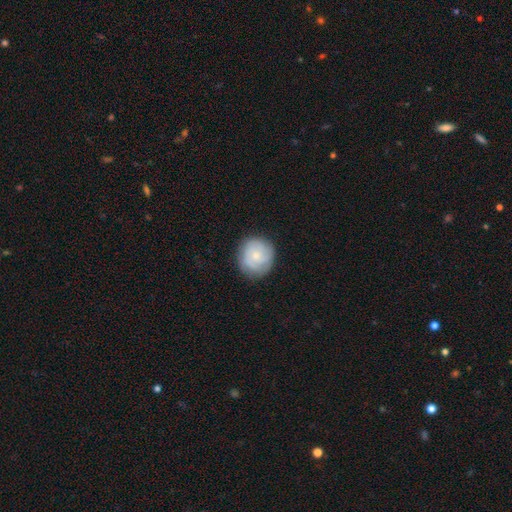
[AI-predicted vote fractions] smooth 57%, featured or disk 36%, star or artifact 7%. Down the decision tree: how rounded — round (90%); merging — none (81%).